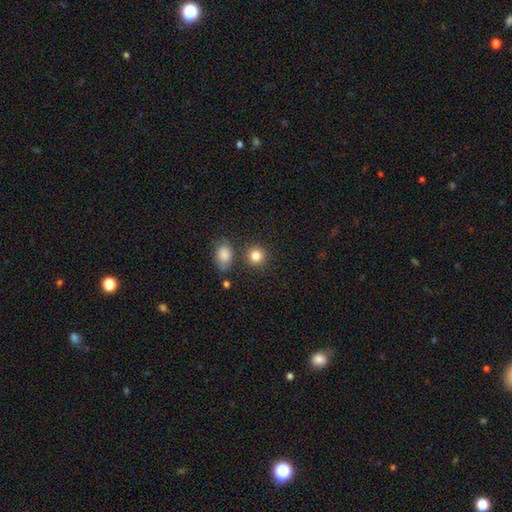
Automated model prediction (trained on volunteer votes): Q: Smooth or featured?
A: smooth (84%); runner-up: star or artifact (10%)
Q: How rounded?
A: round (86%); runner-up: in between (13%)
Q: Merging?
A: none (79%); runner-up: minor disturbance (9%)